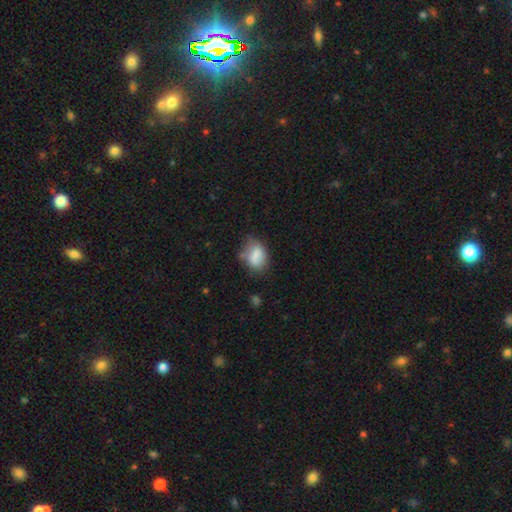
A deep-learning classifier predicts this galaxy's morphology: smooth_or_featured: smooth (p=0.76) [alt: featured or disk p=0.15]
how_rounded: in between (p=0.76) [alt: round p=0.22]
merging: none (p=0.54) [alt: minor disturbance p=0.30]